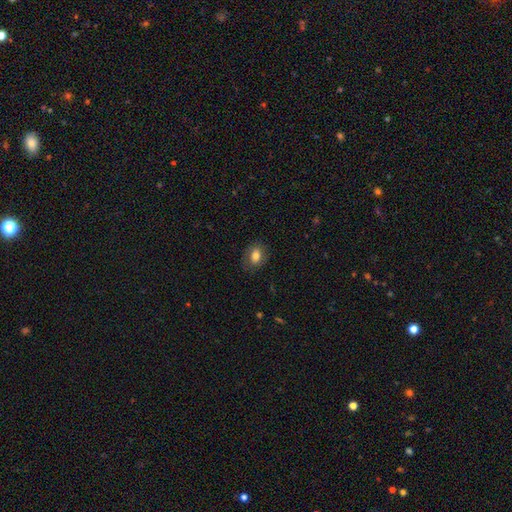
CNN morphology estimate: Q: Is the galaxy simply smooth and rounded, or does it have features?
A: smooth — 79%.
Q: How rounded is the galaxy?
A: in between — 68%.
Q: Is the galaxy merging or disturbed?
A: none — 80%.